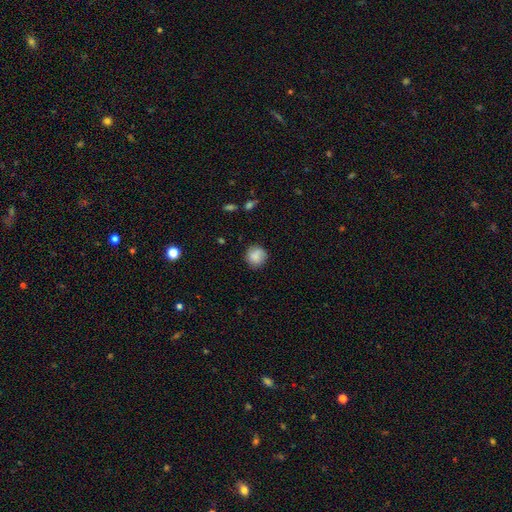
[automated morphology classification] Q: Smooth or featured?
A: smooth (84%); runner-up: star or artifact (8%)
Q: How rounded?
A: round (89%); runner-up: in between (10%)
Q: Merging?
A: none (79%); runner-up: minor disturbance (15%)